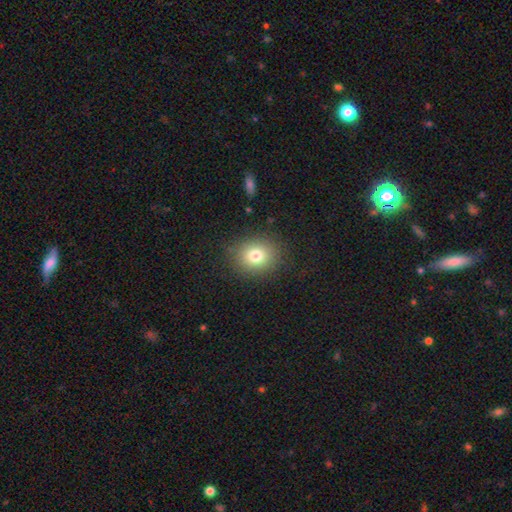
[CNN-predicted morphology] This is likely a smooth galaxy (78%). How rounded: likely round (72%). Merging: clearly none (87%).